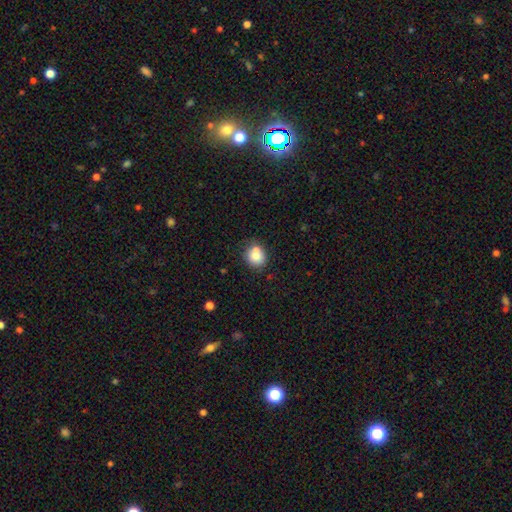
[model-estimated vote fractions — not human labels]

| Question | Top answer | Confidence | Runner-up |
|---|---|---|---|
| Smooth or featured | smooth | 79% | featured or disk (11%) |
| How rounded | round | 74% | in between (25%) |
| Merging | none | 62% | merger (19%) |